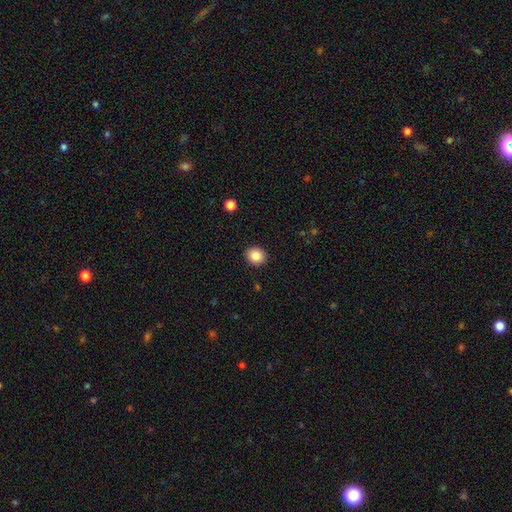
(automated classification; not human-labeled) Smooth or featured? Predicted: smooth (p=0.86). How rounded? Predicted: round (p=0.79). Merging? Predicted: none (p=0.91).